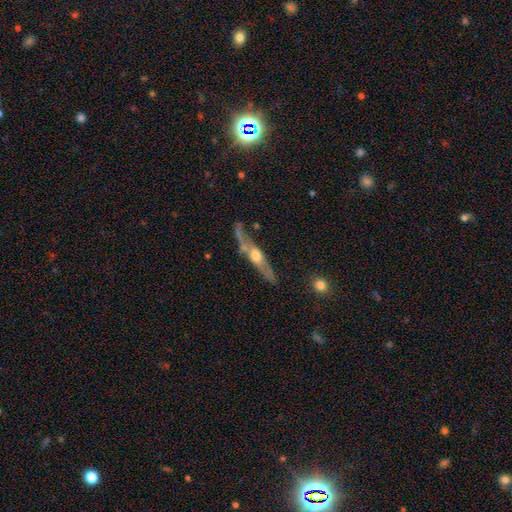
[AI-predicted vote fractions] smooth_or_featured: featured or disk (p=0.69) [alt: smooth p=0.25]
disk_edge_on: yes (p=0.84) [alt: no p=0.16]
edge_on_bulge: rounded (p=0.88) [alt: none p=0.07]
merging: none (p=0.69) [alt: minor disturbance p=0.18]